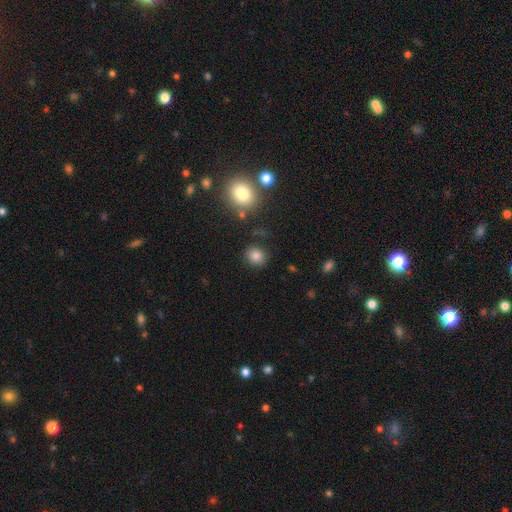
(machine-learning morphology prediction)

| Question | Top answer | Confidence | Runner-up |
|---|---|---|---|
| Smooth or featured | smooth | 83% | star or artifact (12%) |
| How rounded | round | 78% | in between (21%) |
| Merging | none | 84% | minor disturbance (10%) |